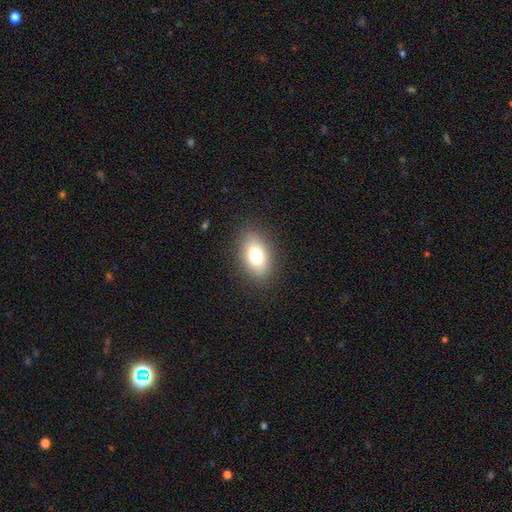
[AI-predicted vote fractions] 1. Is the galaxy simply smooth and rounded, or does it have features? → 78% smooth, 14% featured or disk, 9% star or artifact.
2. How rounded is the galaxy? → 89% in between, 9% round, 3% cigar-shaped.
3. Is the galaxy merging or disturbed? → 87% none, 9% minor disturbance, 3% major disturbance, 1% merger.